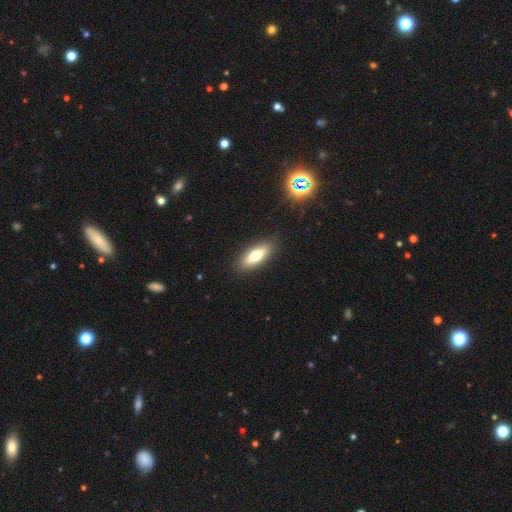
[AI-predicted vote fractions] Smooth or featured: smooth — 61% (featured or disk — 32%)
How rounded: in between — 61% (cigar-shaped — 36%)
Merging: none — 88% (minor disturbance — 8%)